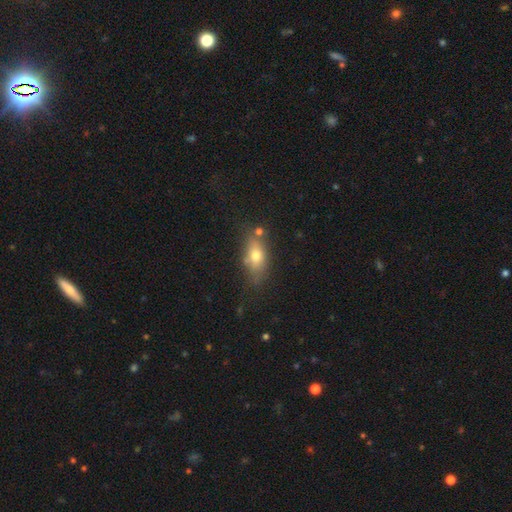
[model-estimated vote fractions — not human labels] Smooth or featured? Predicted: smooth (p=0.70). How rounded? Predicted: in between (p=0.79). Merging? Predicted: none (p=0.65).